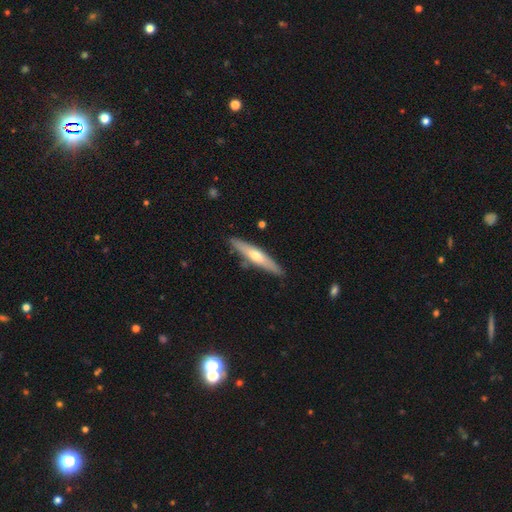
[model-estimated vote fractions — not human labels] Overall: featured or disk (51%; smooth 44%). Edge-on disk: yes (90%). Merging: none (86%).